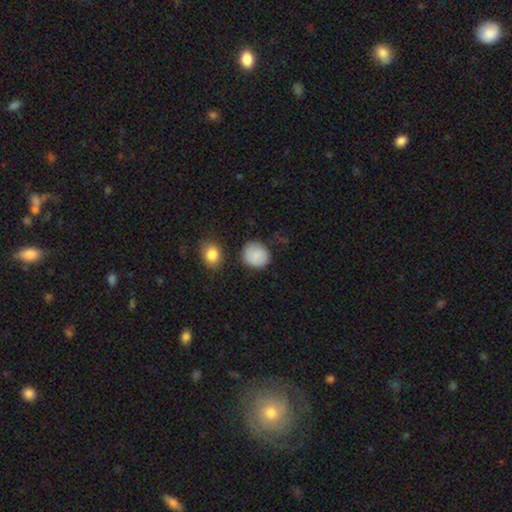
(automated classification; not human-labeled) smooth-or-featured: smooth: 87% | star or artifact: 7% | featured or disk: 6%
  how-rounded: round: 84% | in between: 15% | cigar-shaped: 1%
  merging: none: 81% | minor disturbance: 13% | major disturbance: 3% | merger: 3%